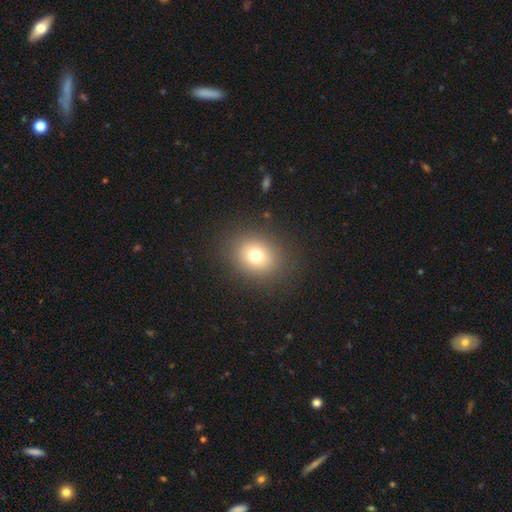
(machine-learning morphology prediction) Smooth or featured? smooth (74%)
How rounded? round (67%)
Merging? none (87%)